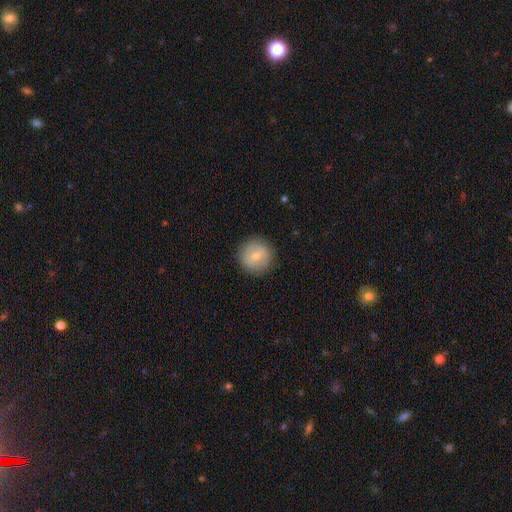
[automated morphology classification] A smooth galaxy with no disk features (63%) that is round (90%).

Vote fractions:
- Smooth or featured? smooth: 63% / featured or disk: 30% / star or artifact: 7%
- How rounded? round: 90% / in between: 9% / cigar-shaped: 1%
- Merging? none: 88% / minor disturbance: 8% / major disturbance: 3% / merger: 1%